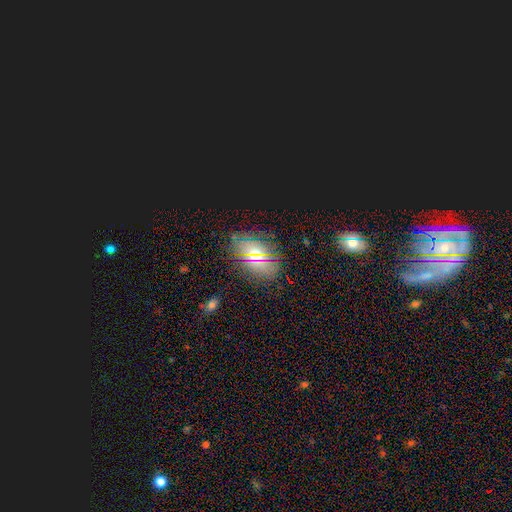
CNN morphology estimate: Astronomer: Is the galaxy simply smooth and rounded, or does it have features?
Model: smooth — 56%.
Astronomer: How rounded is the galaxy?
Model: in between — 67%.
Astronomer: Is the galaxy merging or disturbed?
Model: none — 84%.